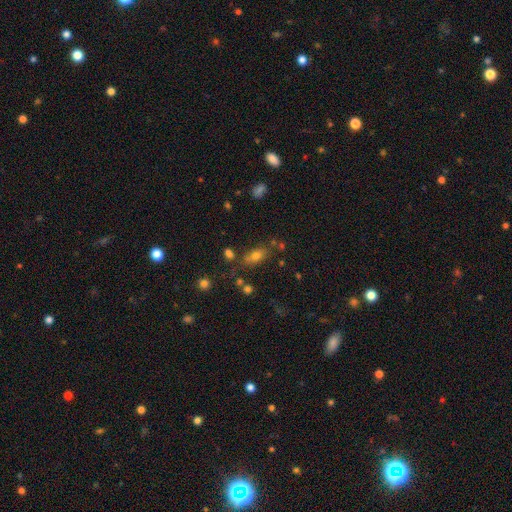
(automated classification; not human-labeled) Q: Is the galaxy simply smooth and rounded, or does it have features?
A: smooth — 68%.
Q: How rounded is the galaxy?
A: in between — 77%.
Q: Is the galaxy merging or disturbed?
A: none — 68%.